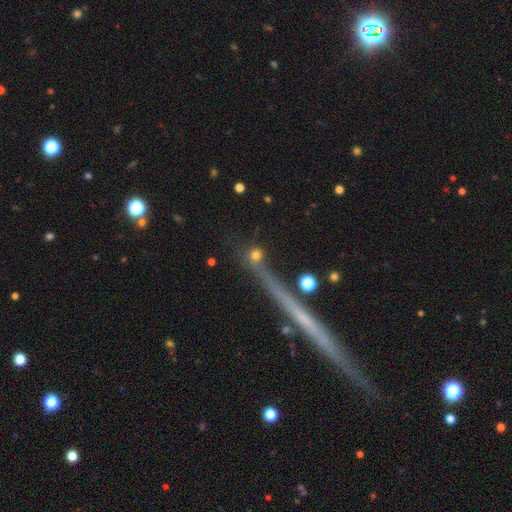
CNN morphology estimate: Smooth or featured: smooth — 61% (star or artifact — 23%)
How rounded: round — 81% (cigar-shaped — 10%)
Merging: none — 70% (merger — 12%)